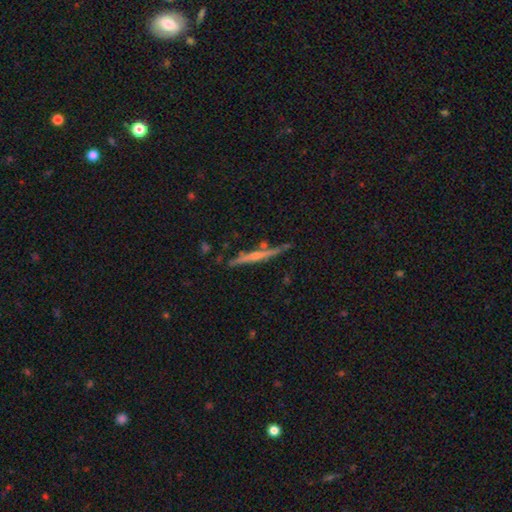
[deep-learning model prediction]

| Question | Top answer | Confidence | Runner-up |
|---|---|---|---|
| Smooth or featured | featured or disk | 70% | smooth (23%) |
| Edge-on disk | yes | 97% | no (3%) |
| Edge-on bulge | rounded | 57% | none (35%) |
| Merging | none | 81% | minor disturbance (12%) |